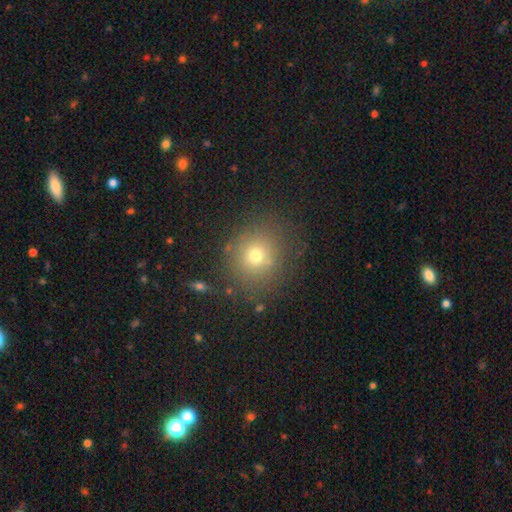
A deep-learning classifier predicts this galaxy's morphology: Smooth or featured?
  - smooth: 69% *
  - star or artifact: 19%
  - featured or disk: 12%
How rounded?
  - round: 84% *
  - in between: 15%
  - cigar-shaped: 1%
Merging?
  - none: 82% *
  - minor disturbance: 11%
  - major disturbance: 4%
  - merger: 3%